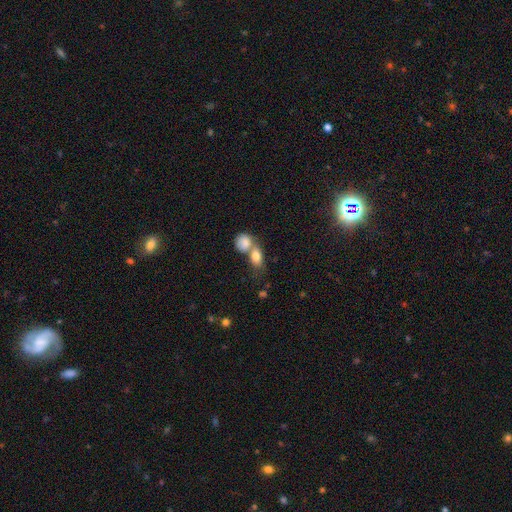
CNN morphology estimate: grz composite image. It shows a smooth galaxy with no disk features (81%) that is in between round and cigar-shaped (71%). Merging: merger (59%).